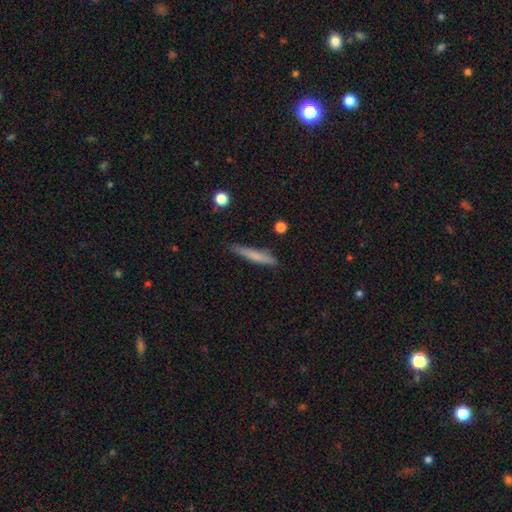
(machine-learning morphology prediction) A smooth galaxy with no disk features (70%) that is cigar-shaped (93%).

Vote fractions:
- Smooth or featured? smooth: 70% / featured or disk: 23% / star or artifact: 7%
- How rounded? cigar-shaped: 93% / in between: 6% / round: 2%
- Merging? none: 80% / minor disturbance: 15% / major disturbance: 3% / merger: 2%